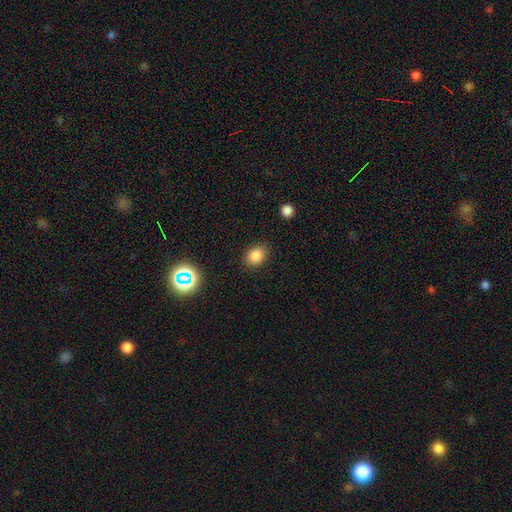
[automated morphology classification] This appears to be a smooth galaxy with no disk features (82%) that is in between round and cigar-shaped (64%). Merging: none (85%).